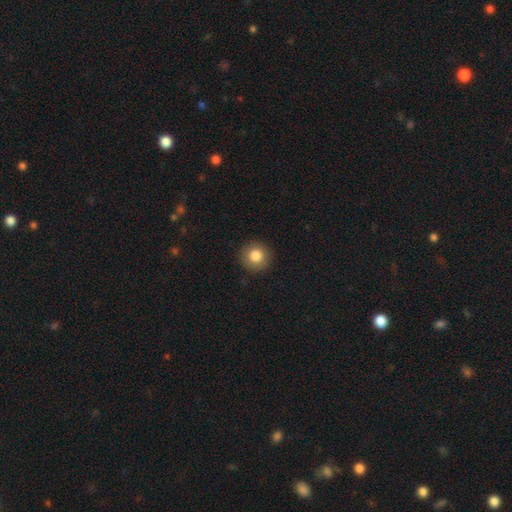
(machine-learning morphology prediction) smooth_or_featured: smooth (p=0.84) [alt: star or artifact p=0.09]
how_rounded: round (p=0.94) [alt: in between p=0.05]
merging: none (p=0.91) [alt: minor disturbance p=0.06]